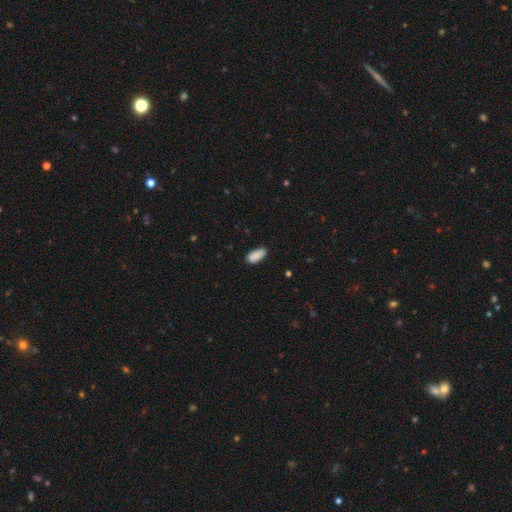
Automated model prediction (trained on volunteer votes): smooth-or-featured: smooth: 88% | star or artifact: 7% | featured or disk: 5%
  how-rounded: in between: 91% | cigar-shaped: 7% | round: 2%
  merging: none: 78% | minor disturbance: 17% | major disturbance: 3% | merger: 2%